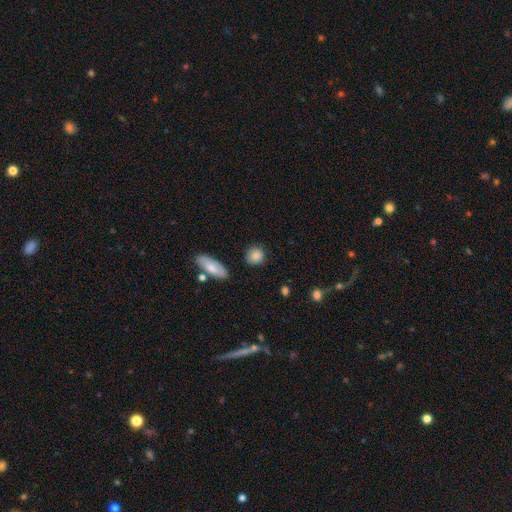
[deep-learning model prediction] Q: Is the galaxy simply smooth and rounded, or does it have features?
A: smooth — 84%.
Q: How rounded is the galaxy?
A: round — 80%.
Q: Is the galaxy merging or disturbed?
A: none — 83%.